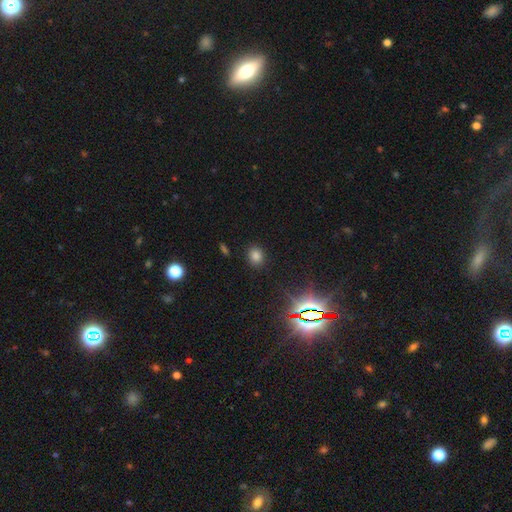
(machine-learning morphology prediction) Smooth or featured? smooth (75%)
How rounded? round (61%)
Merging? none (88%)